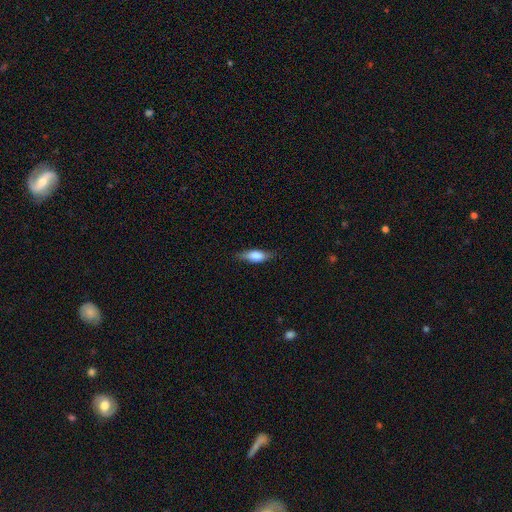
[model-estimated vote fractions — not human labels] smooth 67%, featured or disk 26%, star or artifact 7%. Down the decision tree: how rounded — in between (64%); merging — none (77%).